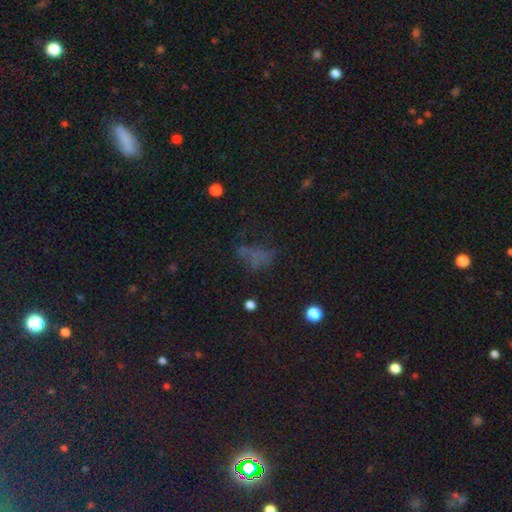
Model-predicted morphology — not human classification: Smooth or featured? Predicted: smooth (p=0.42). Merging? Predicted: none (p=0.44).